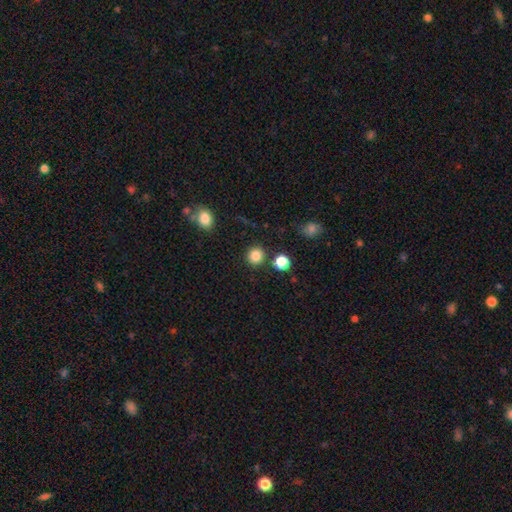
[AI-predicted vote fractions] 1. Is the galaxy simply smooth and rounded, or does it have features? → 84% smooth, 12% star or artifact, 4% featured or disk.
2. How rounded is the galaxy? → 91% round, 8% in between, 1% cigar-shaped.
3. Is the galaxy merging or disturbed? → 87% none, 6% minor disturbance, 4% merger, 2% major disturbance.